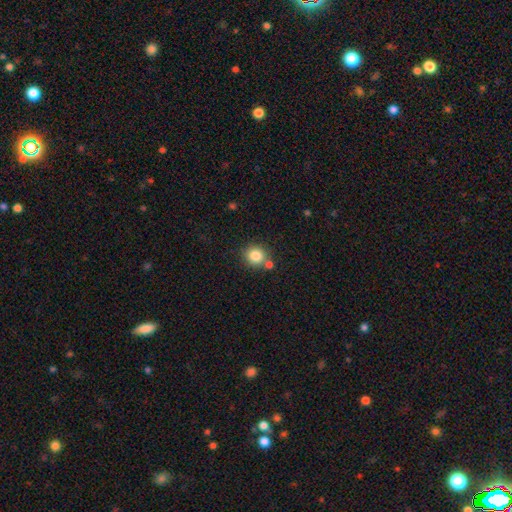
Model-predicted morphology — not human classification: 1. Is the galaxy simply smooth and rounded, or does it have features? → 83% smooth, 10% star or artifact, 6% featured or disk.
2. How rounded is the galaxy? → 88% round, 11% in between, 1% cigar-shaped.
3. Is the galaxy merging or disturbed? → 71% none, 17% merger, 9% minor disturbance, 3% major disturbance.